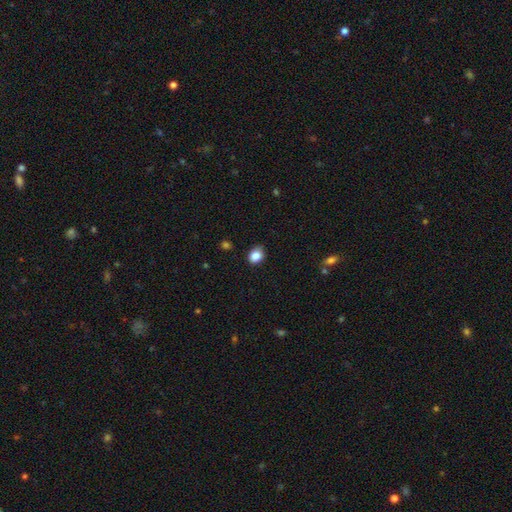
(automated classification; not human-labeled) Morphology: type=smooth (85%); roundness=in between (52%); merging=none (81%).